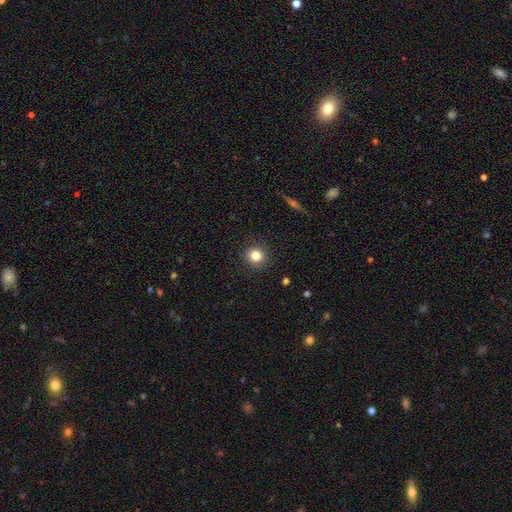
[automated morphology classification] Overall: smooth (82%). How rounded: round (91%). Merging: none (91%).